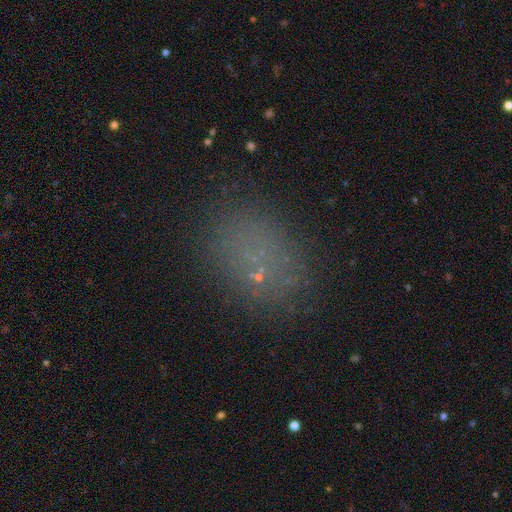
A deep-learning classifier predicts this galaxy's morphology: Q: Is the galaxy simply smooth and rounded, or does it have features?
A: smooth — 63%.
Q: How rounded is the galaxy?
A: in between — 63%.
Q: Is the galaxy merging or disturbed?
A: none — 81%.